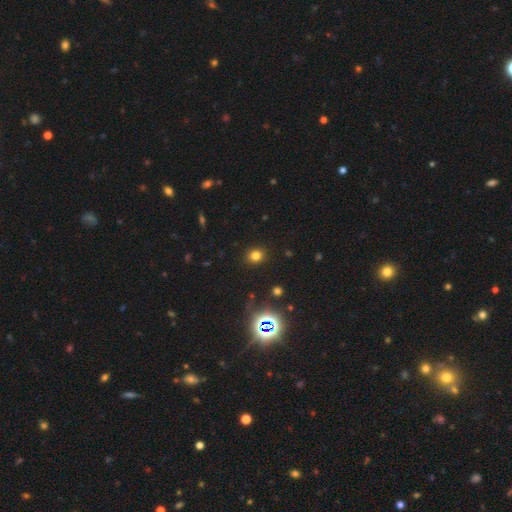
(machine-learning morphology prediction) A smooth galaxy with no disk features (74%) that is round (75%). Merging: none (89%).